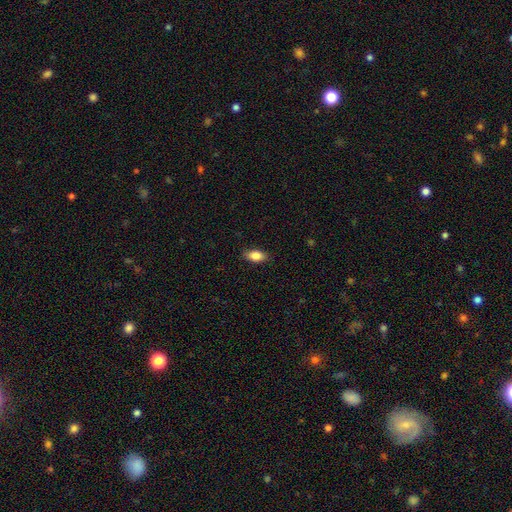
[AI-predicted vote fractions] smooth-or-featured: smooth: 83% | featured or disk: 10% | star or artifact: 7%
  how-rounded: in between: 88% | cigar-shaped: 6% | round: 5%
  merging: none: 86% | minor disturbance: 10% | major disturbance: 2% | merger: 1%